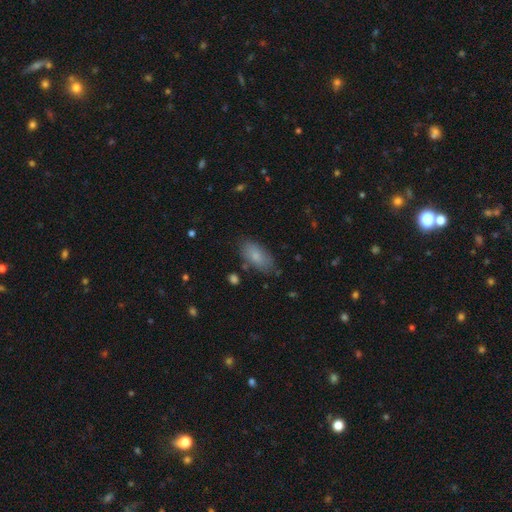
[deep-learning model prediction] Smooth or featured?
  - smooth: 82% *
  - featured or disk: 12%
  - star or artifact: 7%
How rounded?
  - in between: 91% *
  - cigar-shaped: 6%
  - round: 3%
Merging?
  - none: 77% *
  - minor disturbance: 16%
  - major disturbance: 4%
  - merger: 3%